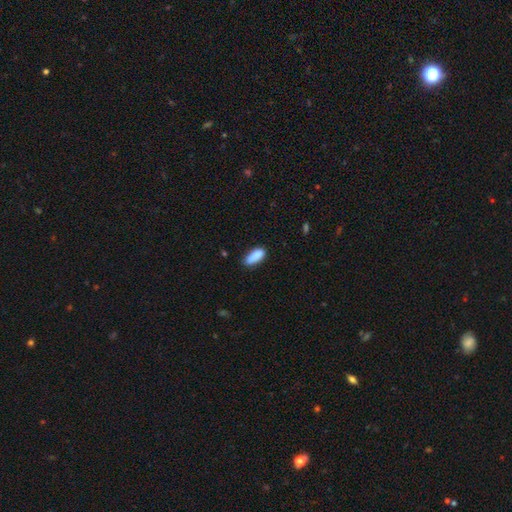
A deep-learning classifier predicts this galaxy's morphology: smooth 85%, featured or disk 8%, star or artifact 8%. Down the decision tree: how rounded — in between (79%); merging — none (61%).